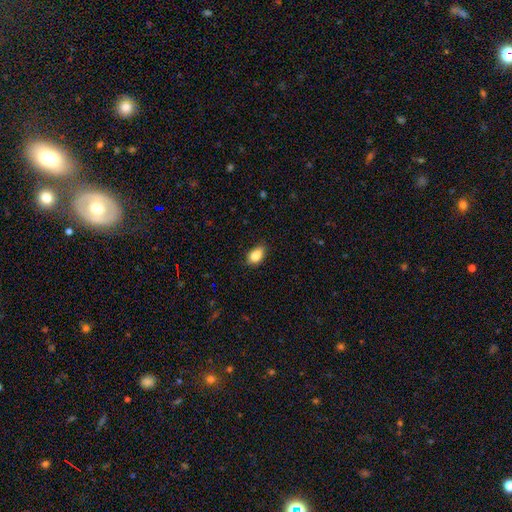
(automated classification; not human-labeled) This is clearly a smooth galaxy (86%). How rounded: clearly in between (86%). Merging: likely none (70%).